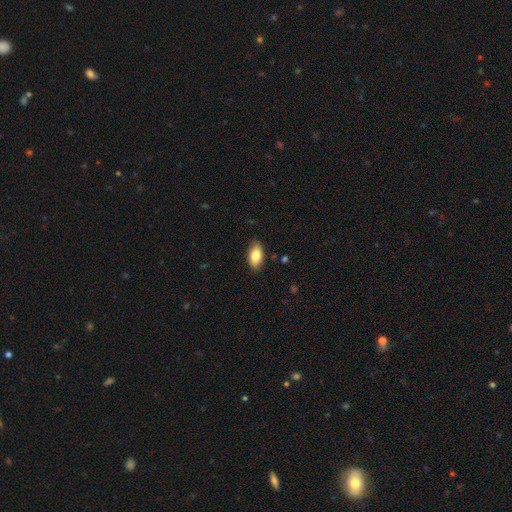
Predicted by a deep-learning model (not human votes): Smooth or featured?
  - smooth: 81% *
  - featured or disk: 12%
  - star or artifact: 7%
How rounded?
  - in between: 93% *
  - round: 4%
  - cigar-shaped: 3%
Merging?
  - none: 86% *
  - minor disturbance: 11%
  - major disturbance: 2%
  - merger: 1%